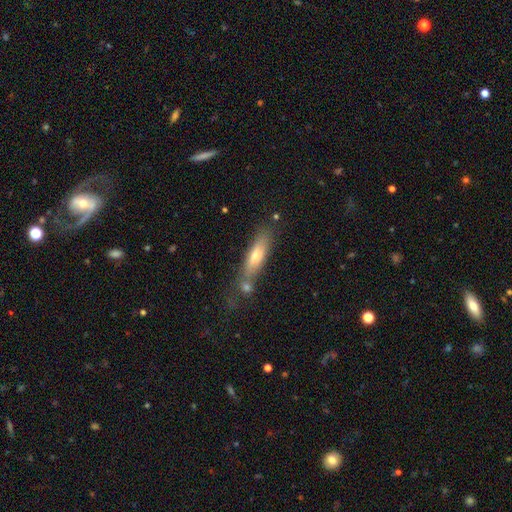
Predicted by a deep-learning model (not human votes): smooth-or-featured: smooth: 61% | featured or disk: 31% | star or artifact: 8%
  how-rounded: cigar-shaped: 70% | in between: 28% | round: 2%
  merging: none: 61% | merger: 17% | minor disturbance: 16% | major disturbance: 5%